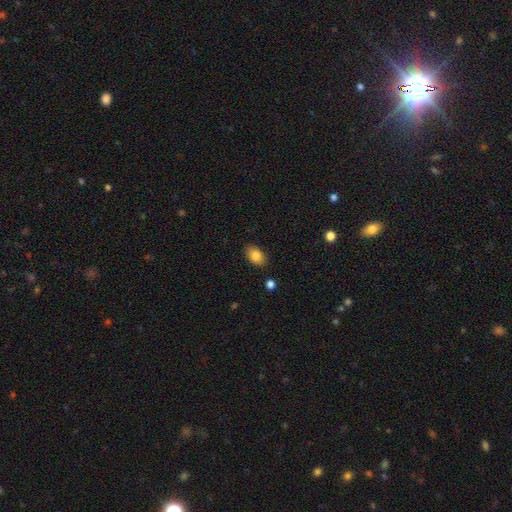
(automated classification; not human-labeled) smooth-or-featured: smooth: 84% | star or artifact: 8% | featured or disk: 8%
  how-rounded: in between: 86% | round: 13% | cigar-shaped: 1%
  merging: none: 86% | minor disturbance: 10% | major disturbance: 2% | merger: 2%